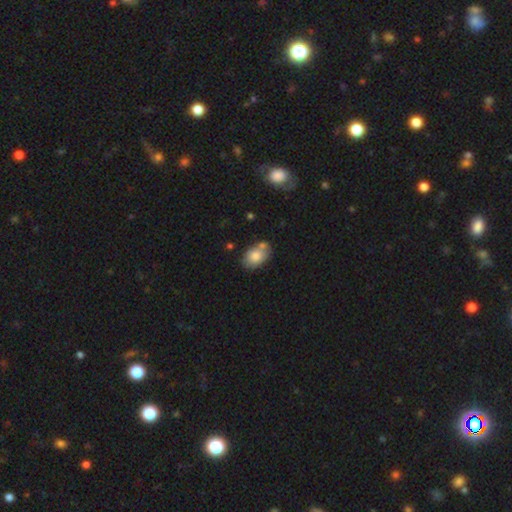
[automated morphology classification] type=smooth (76%); roundness=in between (81%); merging=none (57%).